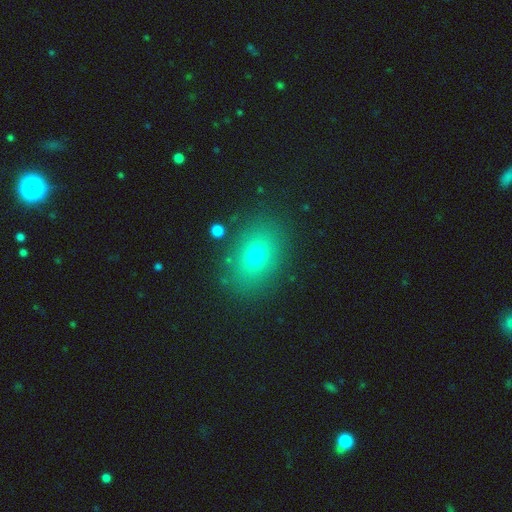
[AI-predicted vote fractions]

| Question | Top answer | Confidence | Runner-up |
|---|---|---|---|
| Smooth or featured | smooth | 70% | star or artifact (15%) |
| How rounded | in between | 72% | round (27%) |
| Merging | none | 85% | minor disturbance (9%) |